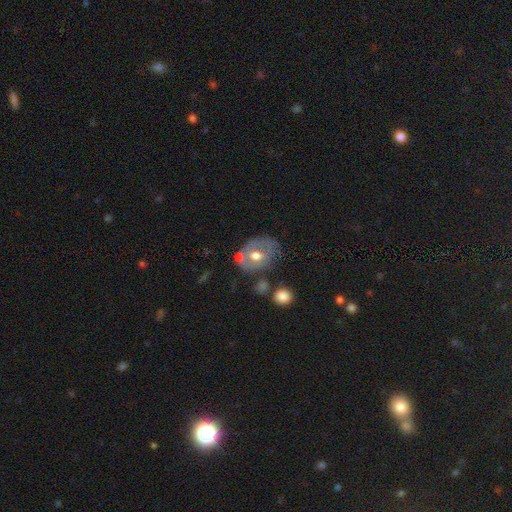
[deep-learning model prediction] The model was most divided on "smooth or featured": featured or disk: 55%, smooth: 38%, star or artifact: 7%. More confident: edge-on disk — no (94%); bar — no (75%); bulge size — moderate (75%); spiral arms — no (74%); merging — none (52%).